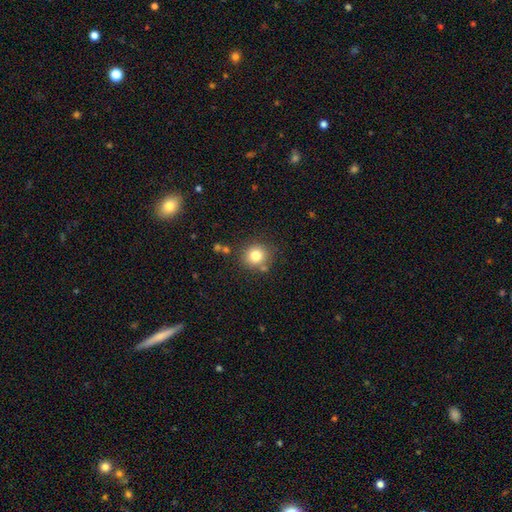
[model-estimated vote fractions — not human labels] Smooth or featured? Predicted: smooth (p=0.79). How rounded? Predicted: round (p=0.88). Merging? Predicted: none (p=0.81).